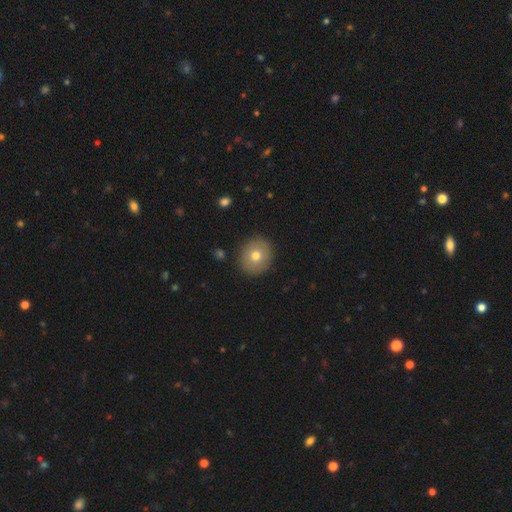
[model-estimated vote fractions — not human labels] smooth_or_featured: smooth (p=0.72) [alt: featured or disk p=0.18]
how_rounded: round (p=0.82) [alt: in between p=0.17]
merging: none (p=0.89) [alt: minor disturbance p=0.07]